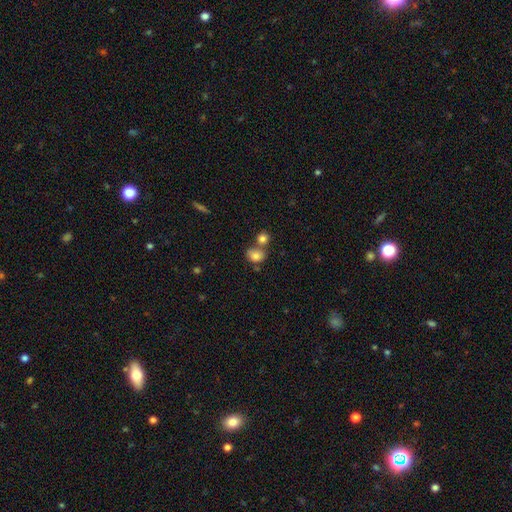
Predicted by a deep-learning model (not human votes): This is clearly a smooth galaxy (80%). How rounded: possibly round (51%). Merging: possibly none (48%).